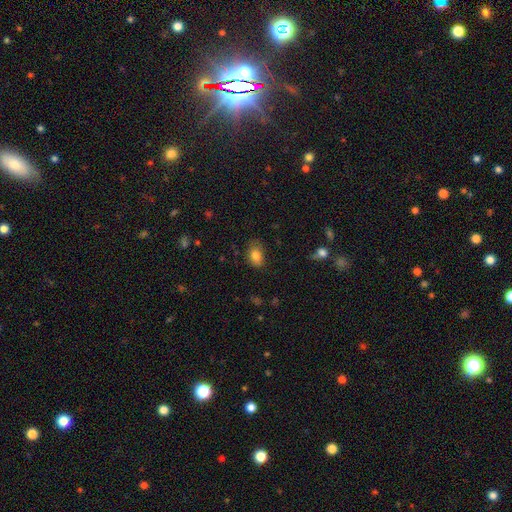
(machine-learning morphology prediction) Overall: smooth (81%). How rounded: in between (80%). Merging: none (75%).